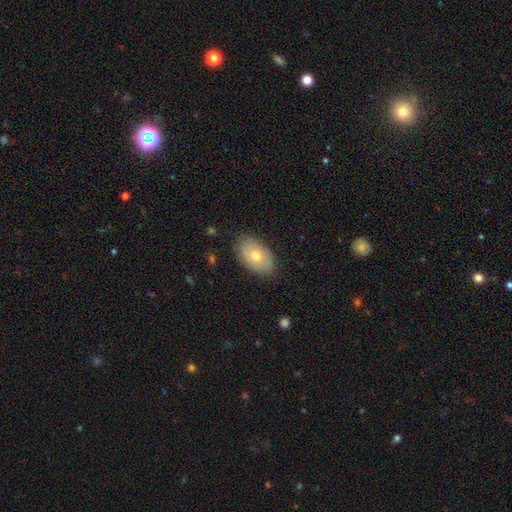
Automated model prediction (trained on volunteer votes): Smooth or featured? smooth (63%)
How rounded? in between (91%)
Merging? none (83%)